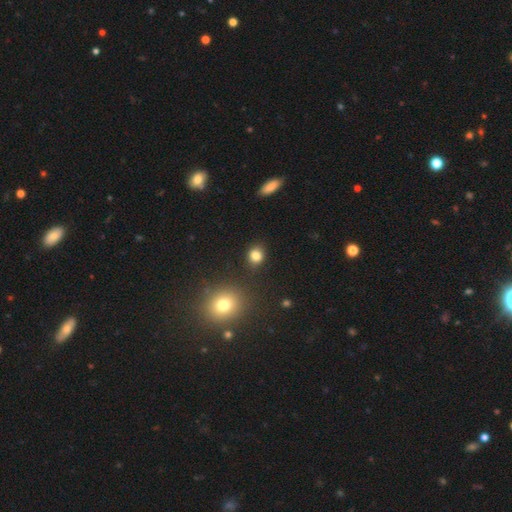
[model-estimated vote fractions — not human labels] Smooth or featured: smooth — 83% (star or artifact — 12%)
How rounded: round — 68% (in between — 31%)
Merging: none — 85% (minor disturbance — 9%)